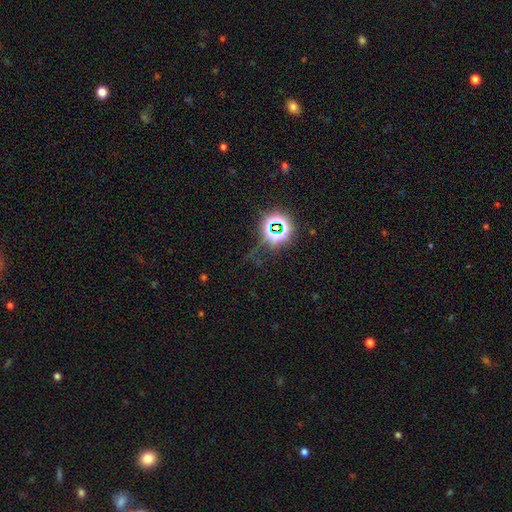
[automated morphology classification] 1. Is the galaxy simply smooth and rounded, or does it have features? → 80% star or artifact, 12% smooth, 8% featured or disk.